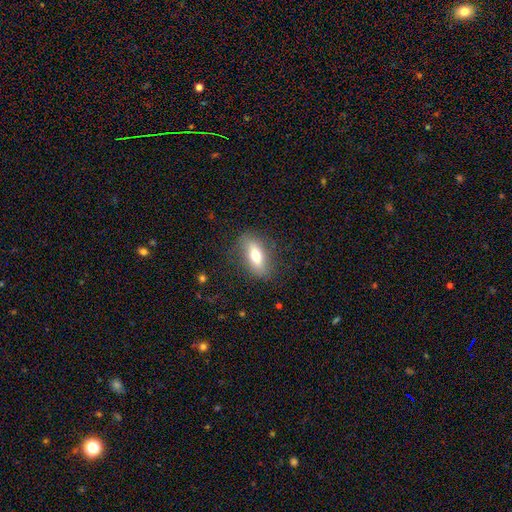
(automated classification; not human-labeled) A smooth galaxy with no disk features (66%) that is in between round and cigar-shaped (76%). Merging: none (82%).